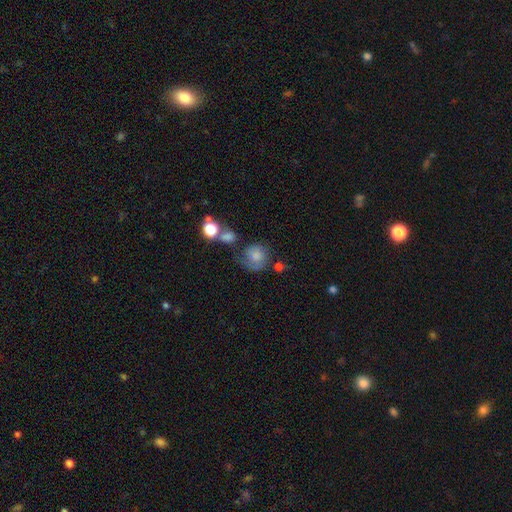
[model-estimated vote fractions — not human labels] Smooth or featured? Predicted: smooth (p=0.64). How rounded? Predicted: round (p=0.78). Merging? Predicted: none (p=0.41).